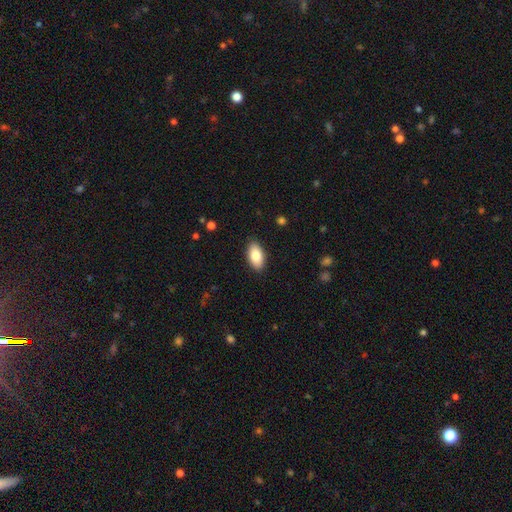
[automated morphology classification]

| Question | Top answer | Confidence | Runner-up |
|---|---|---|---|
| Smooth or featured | smooth | 84% | featured or disk (10%) |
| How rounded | in between | 94% | cigar-shaped (3%) |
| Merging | none | 89% | minor disturbance (8%) |